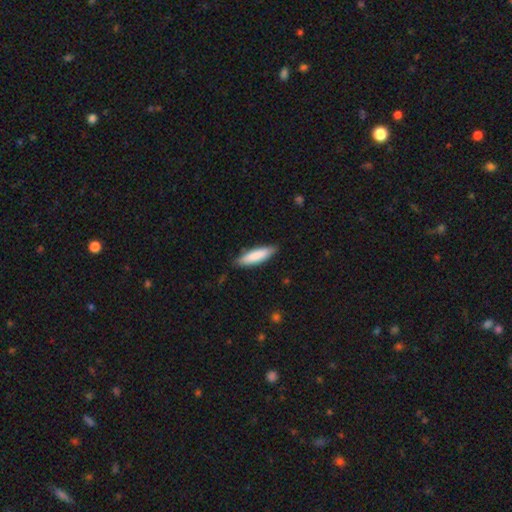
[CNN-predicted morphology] Smooth or featured? smooth (84%)
How rounded? cigar-shaped (62%)
Merging? none (84%)